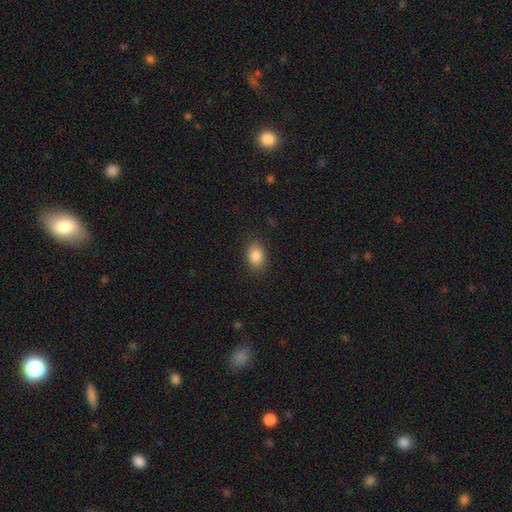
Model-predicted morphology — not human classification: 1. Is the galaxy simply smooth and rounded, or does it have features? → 86% smooth, 9% star or artifact, 5% featured or disk.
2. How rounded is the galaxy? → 78% in between, 21% round, 1% cigar-shaped.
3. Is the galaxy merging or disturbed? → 87% none, 10% minor disturbance, 3% major disturbance, 1% merger.